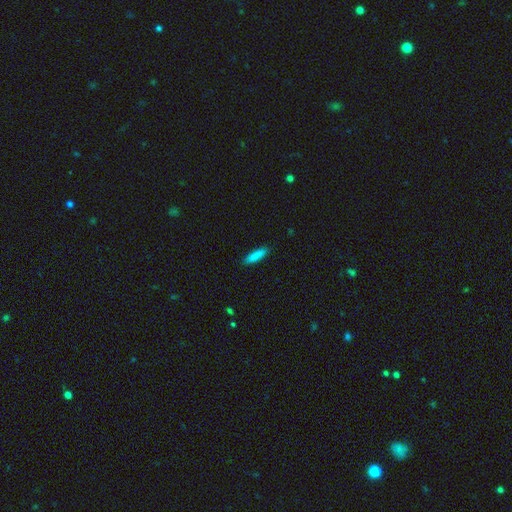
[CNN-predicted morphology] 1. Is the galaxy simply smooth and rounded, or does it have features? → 87% smooth, 7% featured or disk, 6% star or artifact.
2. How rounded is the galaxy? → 77% cigar-shaped, 22% in between, 1% round.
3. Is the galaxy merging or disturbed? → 89% none, 8% minor disturbance, 2% major disturbance, 1% merger.